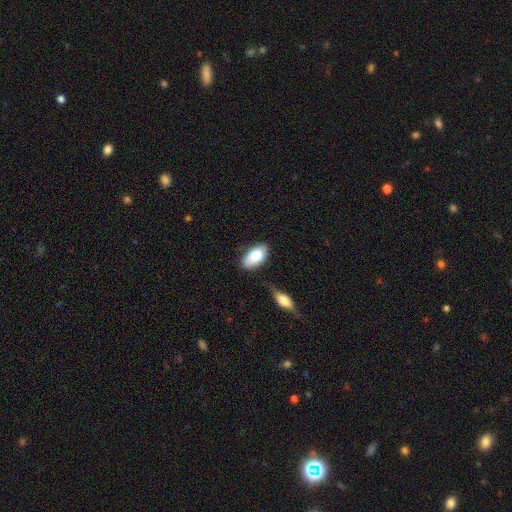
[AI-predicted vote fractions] Smooth or featured: smooth — 84% (featured or disk — 10%)
How rounded: in between — 94% (round — 3%)
Merging: none — 70% (minor disturbance — 19%)